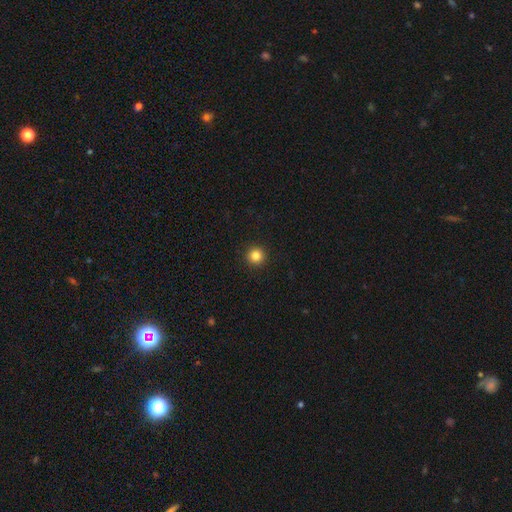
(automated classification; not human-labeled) smooth 84%, star or artifact 11%, featured or disk 5%. Down the decision tree: how rounded — round (96%); merging — none (94%).